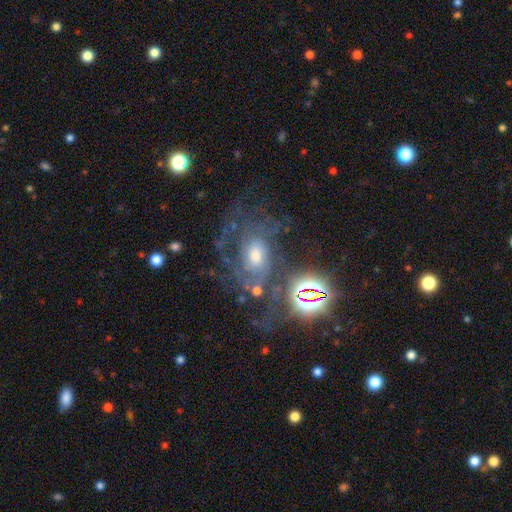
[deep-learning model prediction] featured or disk 68%, star or artifact 19%, smooth 13%. Down the decision tree: edge-on disk — no (96%); bar — no (66%); spiral arms — yes (88%); spiral arm count — can't tell (38%); spiral winding — tight (43%); bulge size — moderate (57%); merging — none (54%).